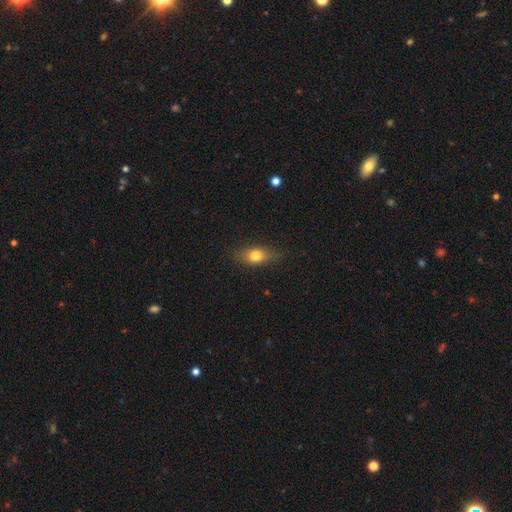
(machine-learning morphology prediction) Smooth or featured?
  - smooth: 73% *
  - featured or disk: 17%
  - star or artifact: 10%
How rounded?
  - in between: 70% *
  - round: 18%
  - cigar-shaped: 12%
Merging?
  - none: 77% *
  - minor disturbance: 18%
  - major disturbance: 4%
  - merger: 1%